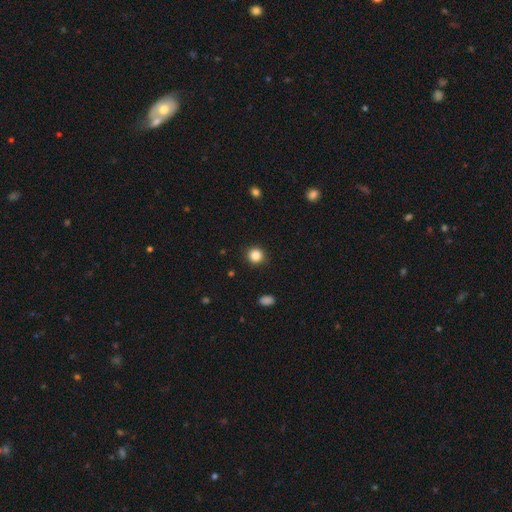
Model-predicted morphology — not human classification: smooth-or-featured: smooth: 86% | star or artifact: 11% | featured or disk: 3%
  how-rounded: round: 92% | in between: 7% | cigar-shaped: 1%
  merging: none: 90% | minor disturbance: 7% | major disturbance: 2% | merger: 1%